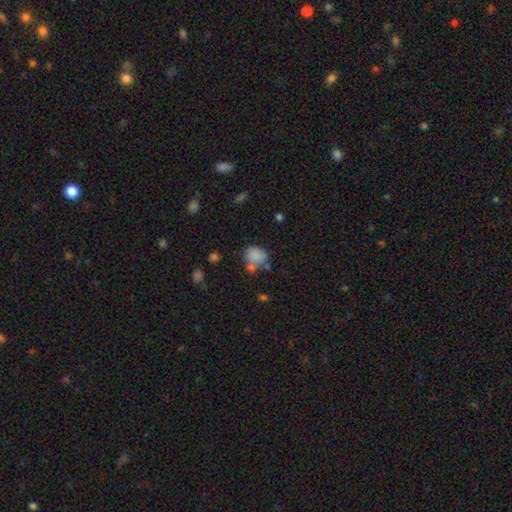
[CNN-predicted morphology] Overall: smooth (80%). How rounded: round (59%; in between 40%). Merging: none (48%; merger 23%).